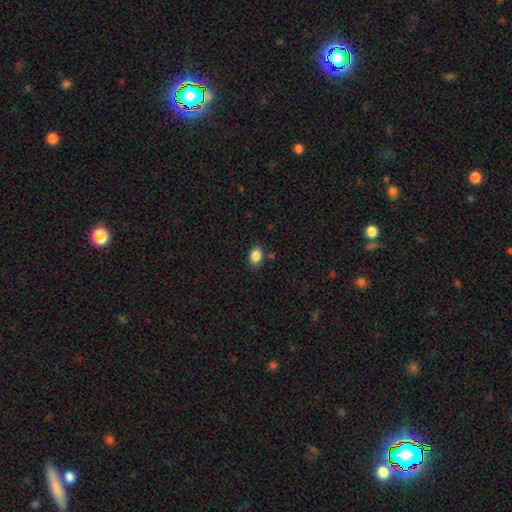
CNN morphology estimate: Overall: smooth (87%). How rounded: in between (76%). Merging: none (84%).